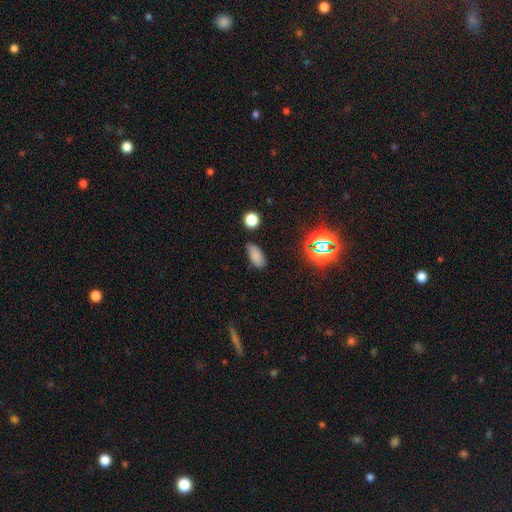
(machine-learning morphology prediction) A smooth galaxy with no disk features (78%) that is in between round and cigar-shaped (89%). Merging: none (79%).